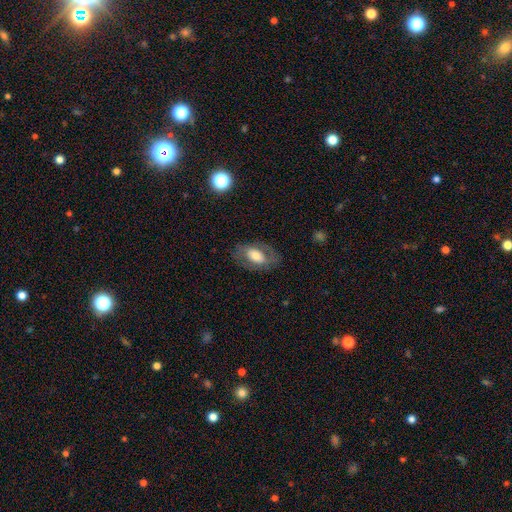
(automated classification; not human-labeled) smooth 50%, featured or disk 43%, star or artifact 7%. Down the decision tree: merging — none (74%).